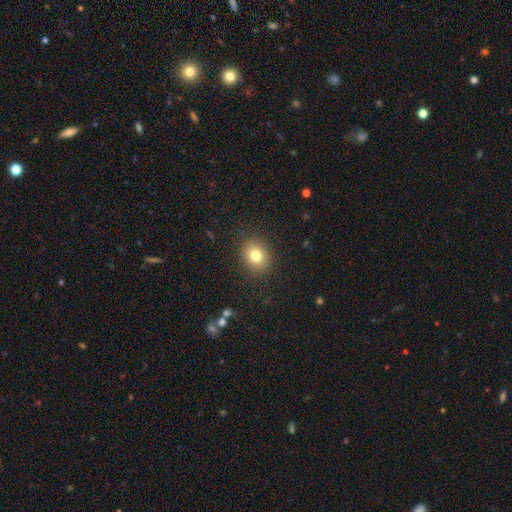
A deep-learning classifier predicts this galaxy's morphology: A smooth galaxy with no disk features (79%) that is round (57%). Merging: none (88%).